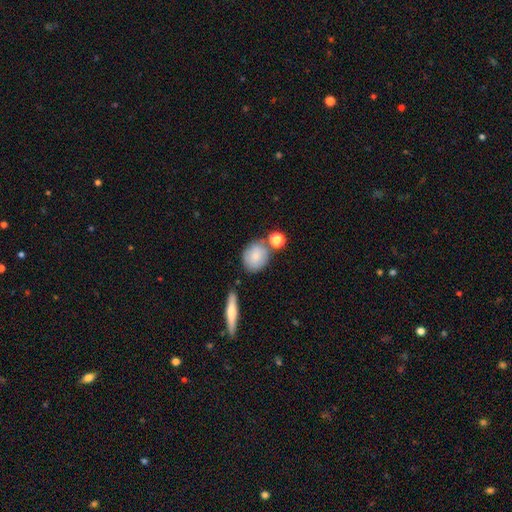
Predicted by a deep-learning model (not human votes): Overall: smooth (79%). How rounded: round (56%; in between 41%). Merging: none (62%).